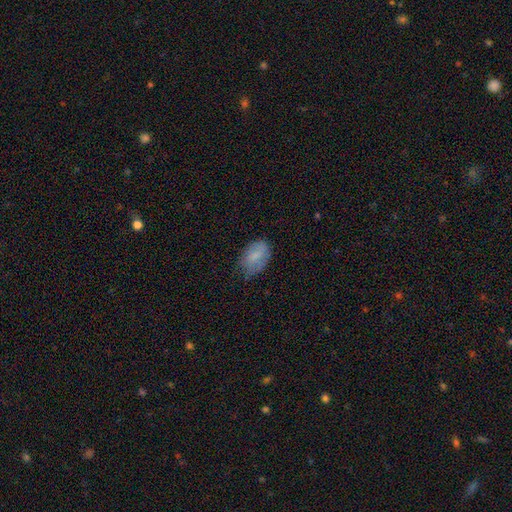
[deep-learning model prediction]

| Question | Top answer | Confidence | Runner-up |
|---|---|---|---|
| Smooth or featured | smooth | 74% | featured or disk (18%) |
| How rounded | in between | 90% | round (9%) |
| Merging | none | 51% | minor disturbance (36%) |